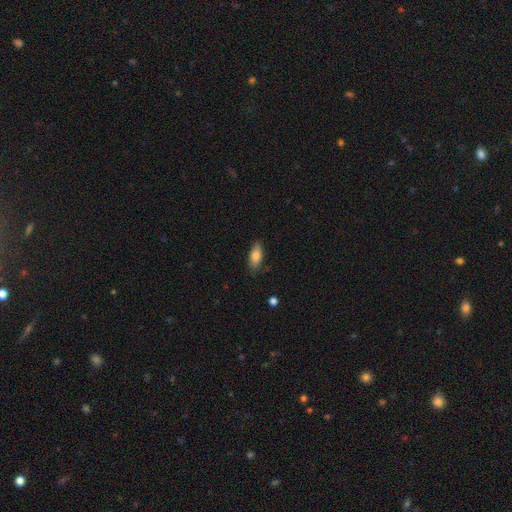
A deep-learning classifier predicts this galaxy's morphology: smooth_or_featured: smooth (p=0.80) [alt: featured or disk p=0.13]
how_rounded: in between (p=0.80) [alt: cigar-shaped p=0.17]
merging: none (p=0.82) [alt: minor disturbance p=0.14]